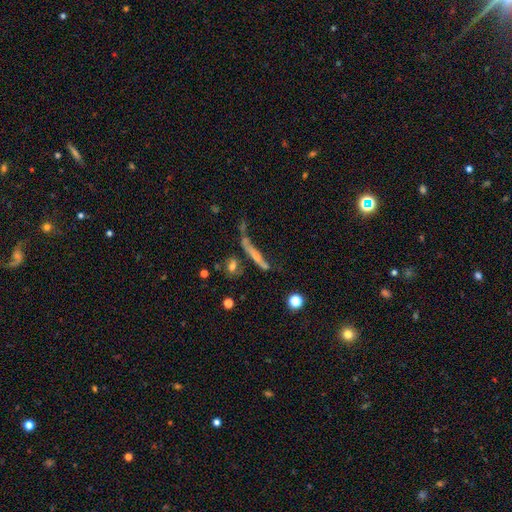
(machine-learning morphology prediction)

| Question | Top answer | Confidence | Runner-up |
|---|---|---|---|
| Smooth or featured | smooth | 43% | featured or disk (42%) |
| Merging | none | 46% | merger (20%) |